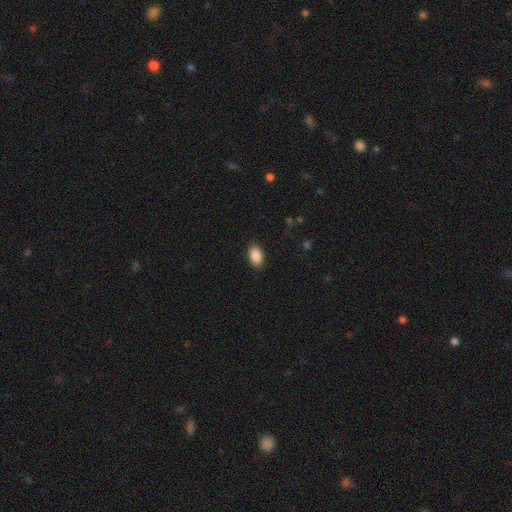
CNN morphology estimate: smooth 89%, star or artifact 7%, featured or disk 4%. Down the decision tree: how rounded — in between (93%); merging — none (89%).